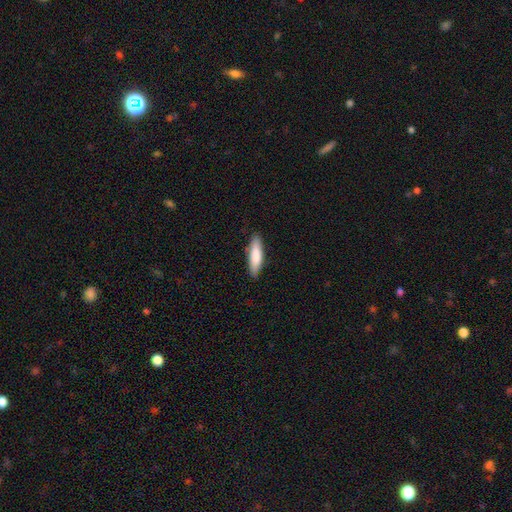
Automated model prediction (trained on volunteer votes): This is clearly a smooth galaxy (82%). How rounded: likely cigar-shaped (64%). Merging: clearly none (86%).